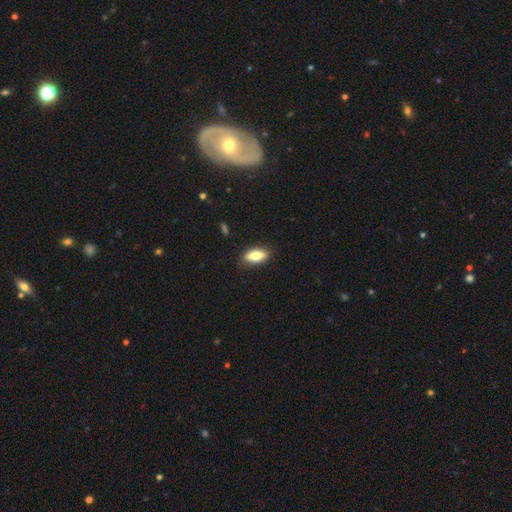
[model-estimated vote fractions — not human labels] Smooth or featured: smooth — 72% (featured or disk — 21%)
How rounded: in between — 76% (cigar-shaped — 21%)
Merging: none — 87% (minor disturbance — 10%)